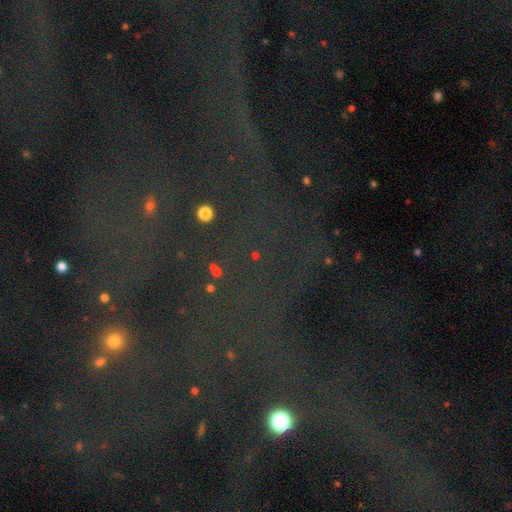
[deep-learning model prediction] Overall: star or artifact (69%).